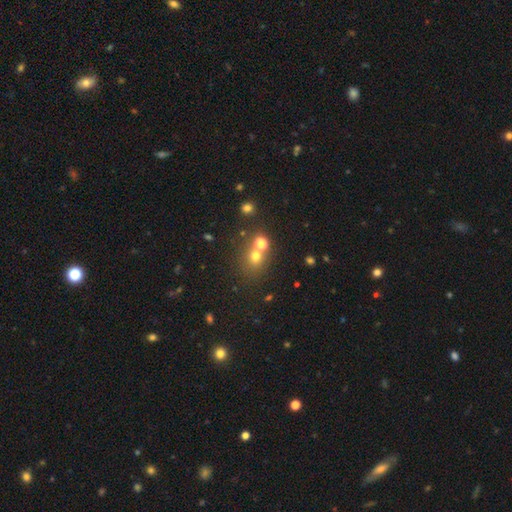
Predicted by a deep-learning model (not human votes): smooth 65%, star or artifact 22%, featured or disk 13%. Down the decision tree: how rounded — round (74%); merging — none (54%).